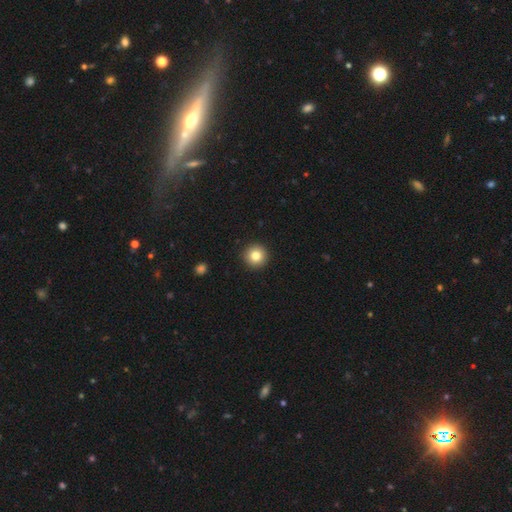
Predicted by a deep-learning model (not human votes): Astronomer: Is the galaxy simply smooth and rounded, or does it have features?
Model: smooth — 82%.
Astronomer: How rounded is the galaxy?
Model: round — 96%.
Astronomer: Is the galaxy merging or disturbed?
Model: none — 93%.